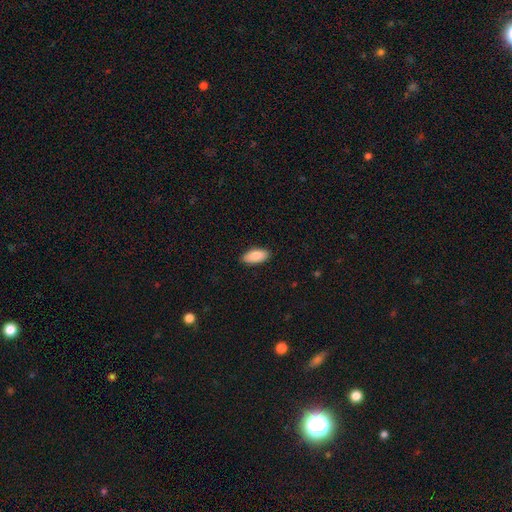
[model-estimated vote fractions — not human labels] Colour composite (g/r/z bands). It shows a smooth galaxy with no disk features (88%) that is in between round and cigar-shaped (90%). Merging: none (88%).